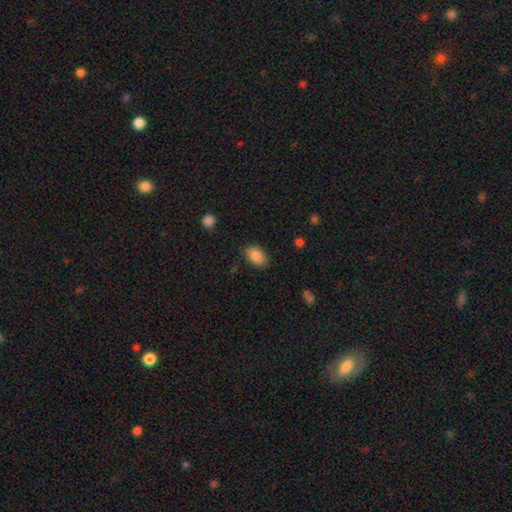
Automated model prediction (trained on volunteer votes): smooth_or_featured: smooth (p=0.86) [alt: star or artifact p=0.07]
how_rounded: in between (p=0.88) [alt: round p=0.10]
merging: none (p=0.83) [alt: minor disturbance p=0.13]